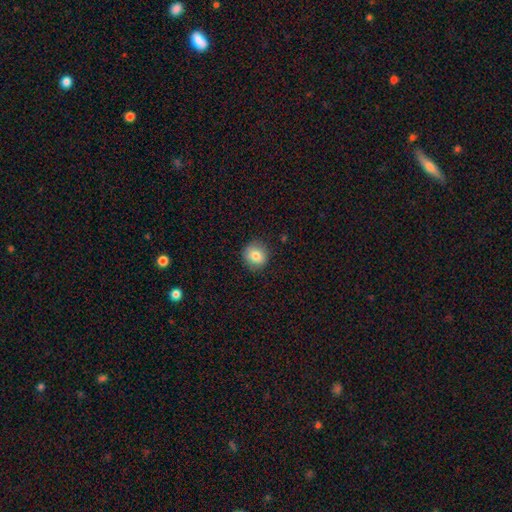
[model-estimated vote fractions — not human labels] smooth-or-featured: smooth: 81% | featured or disk: 10% | star or artifact: 9%
  how-rounded: round: 85% | in between: 14% | cigar-shaped: 1%
  merging: none: 87% | minor disturbance: 10% | major disturbance: 2% | merger: 1%